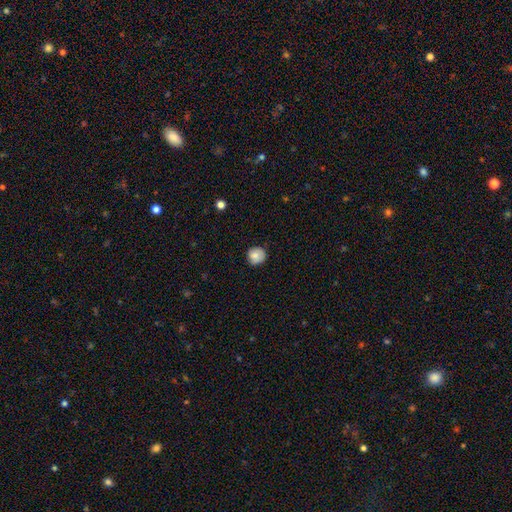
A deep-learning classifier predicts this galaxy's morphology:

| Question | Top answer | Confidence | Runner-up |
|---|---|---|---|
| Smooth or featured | smooth | 77% | featured or disk (15%) |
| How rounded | round | 88% | in between (11%) |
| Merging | none | 77% | minor disturbance (19%) |